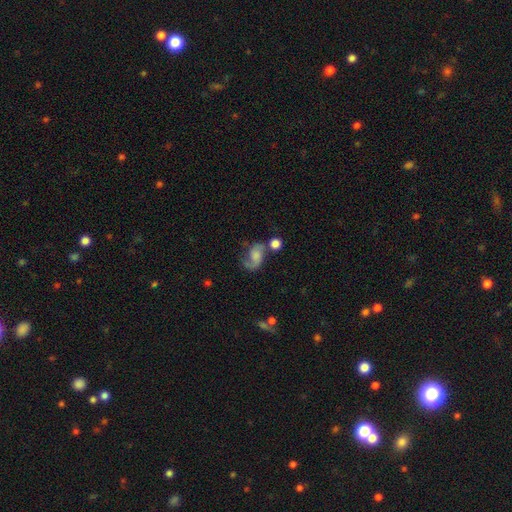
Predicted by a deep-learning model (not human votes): smooth_or_featured: featured or disk (p=0.60) [alt: smooth p=0.30]
disk_edge_on: no (p=0.97) [alt: yes p=0.03]
bar: no (p=0.66) [alt: weak p=0.28]
has_spiral_arms: yes (p=0.90) [alt: no p=0.10]
spiral_winding: loose (p=0.50) [alt: medium p=0.37]
spiral_arm_count: 2 (p=0.71) [alt: 1 p=0.21]
bulge_size: none (p=0.32) [alt: moderate p=0.25]
merging: none (p=0.39) [alt: merger p=0.21]